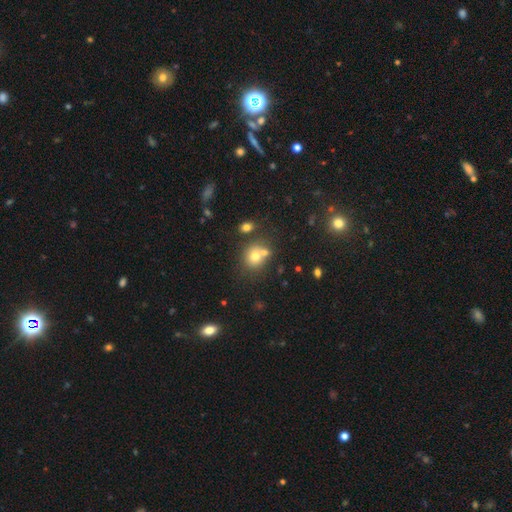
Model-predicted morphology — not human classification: The model was most divided on "merging": none: 56%, merger: 30%, minor disturbance: 10%, major disturbance: 4%. More confident: how rounded — round (79%); smooth or featured — smooth (69%).